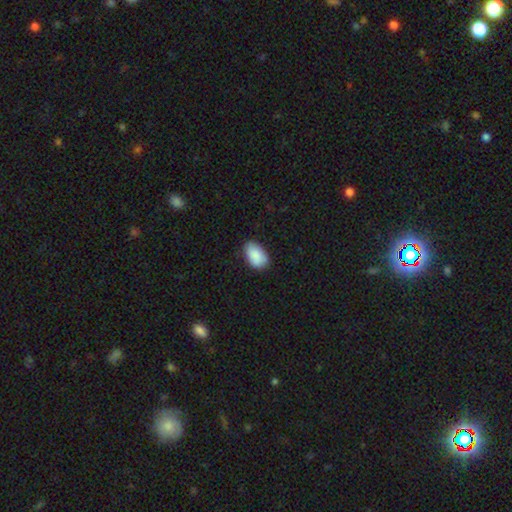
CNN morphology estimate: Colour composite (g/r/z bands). It shows a smooth galaxy with no disk features (88%) that is in between round and cigar-shaped (91%). Merging: none (78%).